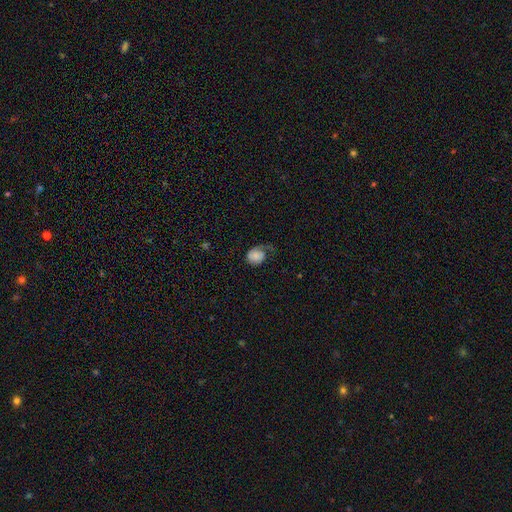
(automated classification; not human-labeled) Q: Smooth or featured?
A: smooth (61%); runner-up: featured or disk (30%)
Q: How rounded?
A: round (54%); runner-up: in between (45%)
Q: Merging?
A: major disturbance (35%); runner-up: none (32%)